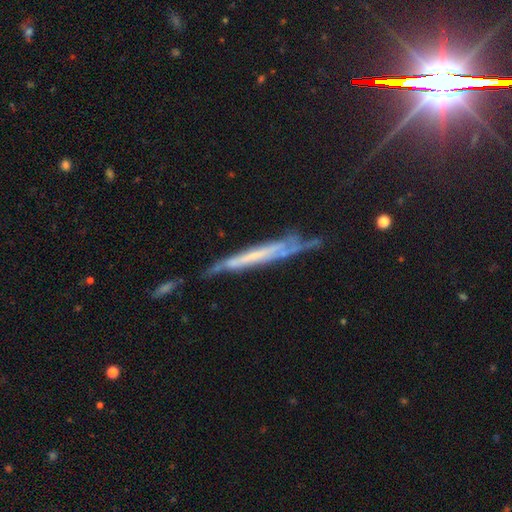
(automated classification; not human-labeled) Smooth or featured: featured or disk — 64% (smooth — 26%)
Edge-on disk: yes — 78% (no — 22%)
Merging: none — 52% (minor disturbance — 30%)